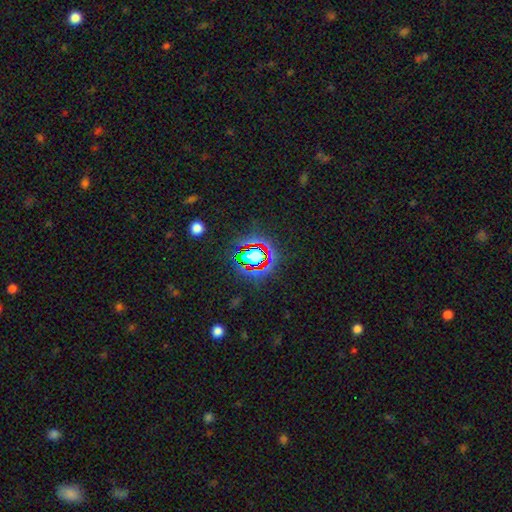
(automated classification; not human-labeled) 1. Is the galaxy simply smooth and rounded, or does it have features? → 71% star or artifact, 18% smooth, 11% featured or disk.